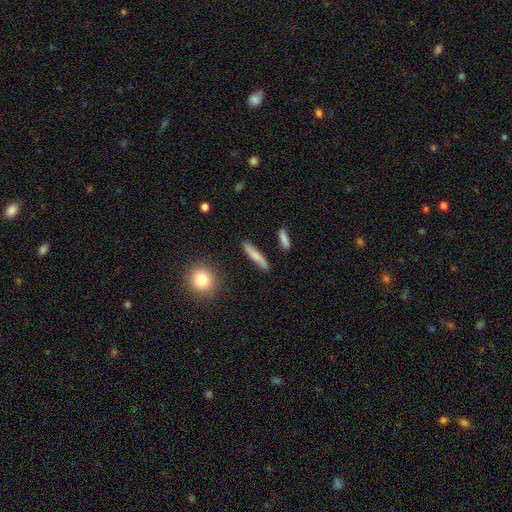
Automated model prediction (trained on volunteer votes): The model was most divided on "smooth or featured": smooth: 70%, featured or disk: 23%, star or artifact: 7%. More confident: how rounded — cigar-shaped (86%); merging — none (85%).